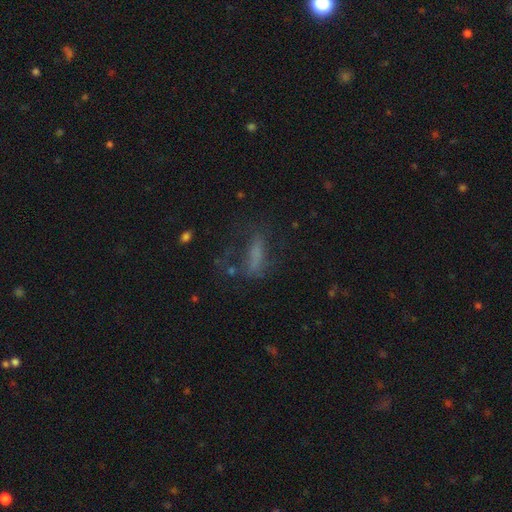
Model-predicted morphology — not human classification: type=smooth (46%); merging=none (44%).